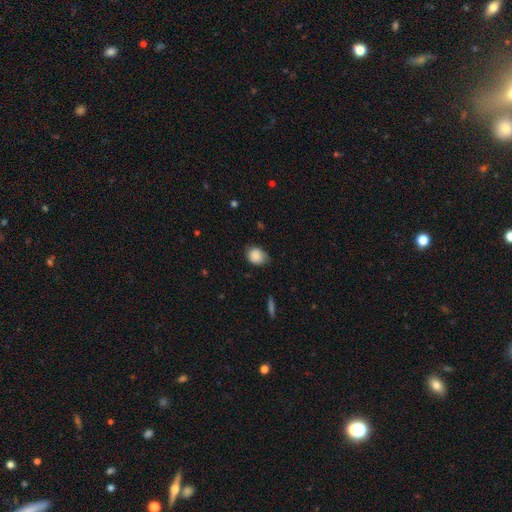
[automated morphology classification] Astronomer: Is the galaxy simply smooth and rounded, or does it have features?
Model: smooth — 86%.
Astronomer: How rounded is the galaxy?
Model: round — 51% (runner-up: in between, 48%).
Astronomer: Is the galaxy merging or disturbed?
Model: none — 63%.